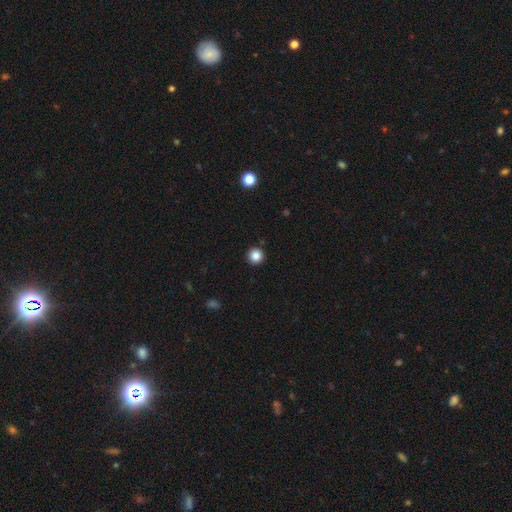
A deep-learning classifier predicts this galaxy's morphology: This appears to be a smooth galaxy with no disk features (86%) that is round (96%). Merging: none (93%).